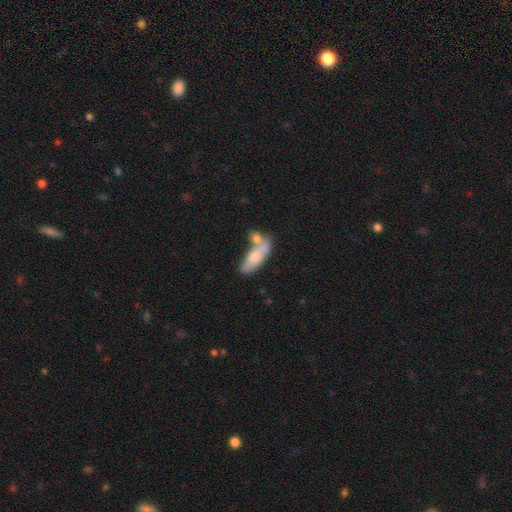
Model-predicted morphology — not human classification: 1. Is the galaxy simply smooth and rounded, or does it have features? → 72% smooth, 22% featured or disk, 6% star or artifact.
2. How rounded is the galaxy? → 68% in between, 29% cigar-shaped, 3% round.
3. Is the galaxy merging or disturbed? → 39% merger, 38% none, 16% minor disturbance, 6% major disturbance.